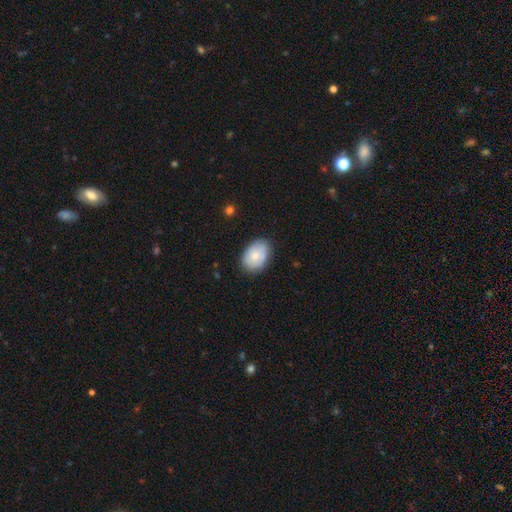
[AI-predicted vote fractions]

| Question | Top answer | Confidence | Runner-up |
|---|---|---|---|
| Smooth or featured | smooth | 75% | featured or disk (18%) |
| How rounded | in between | 81% | round (18%) |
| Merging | none | 72% | minor disturbance (20%) |